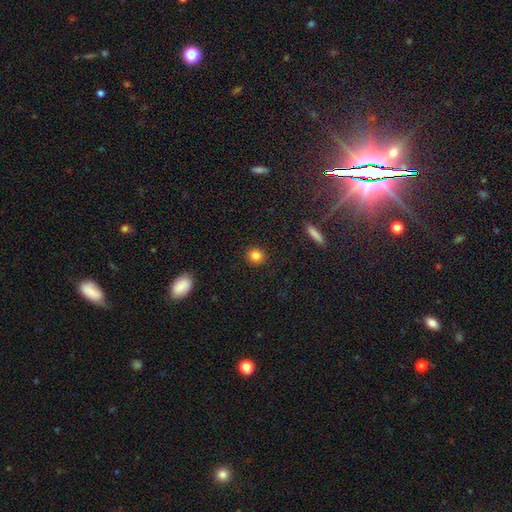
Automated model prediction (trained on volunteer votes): smooth_or_featured: smooth (p=0.83) [alt: star or artifact p=0.11]
how_rounded: round (p=0.86) [alt: in between p=0.13]
merging: none (p=0.91) [alt: minor disturbance p=0.06]